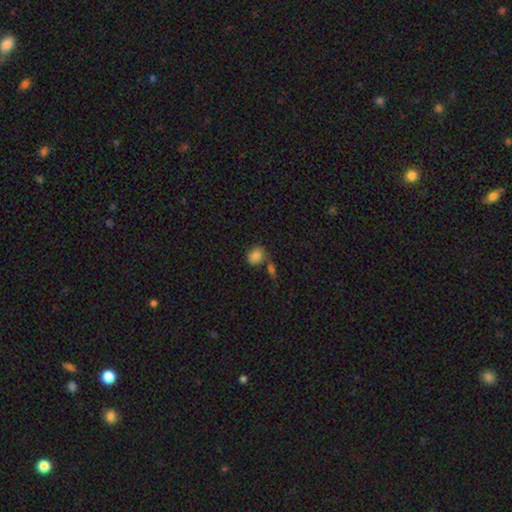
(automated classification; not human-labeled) Smooth or featured?
  - smooth: 84% *
  - star or artifact: 10%
  - featured or disk: 6%
How rounded?
  - round: 58% *
  - in between: 41%
  - cigar-shaped: 1%
Merging?
  - none: 54% *
  - merger: 24%
  - minor disturbance: 16%
  - major disturbance: 6%